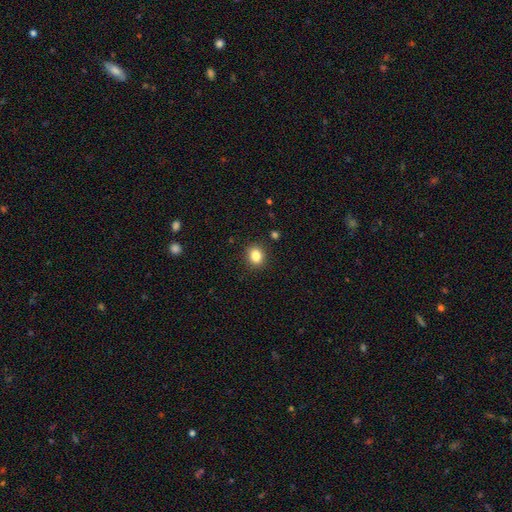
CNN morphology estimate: Smooth or featured? Predicted: smooth (p=0.84). How rounded? Predicted: round (p=0.57). Merging? Predicted: none (p=0.88).